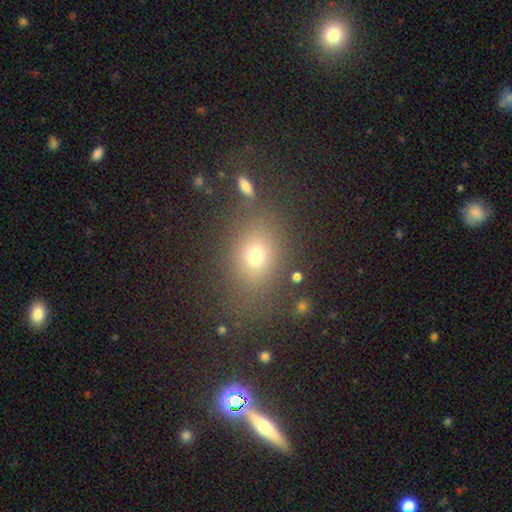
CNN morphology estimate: A smooth galaxy with no disk features (70%) that is in between round and cigar-shaped (55%).

Vote fractions:
- Smooth or featured? smooth: 70% / star or artifact: 19% / featured or disk: 12%
- How rounded? in between: 55% / round: 43% / cigar-shaped: 2%
- Merging? none: 74% / minor disturbance: 13% / major disturbance: 7% / merger: 6%